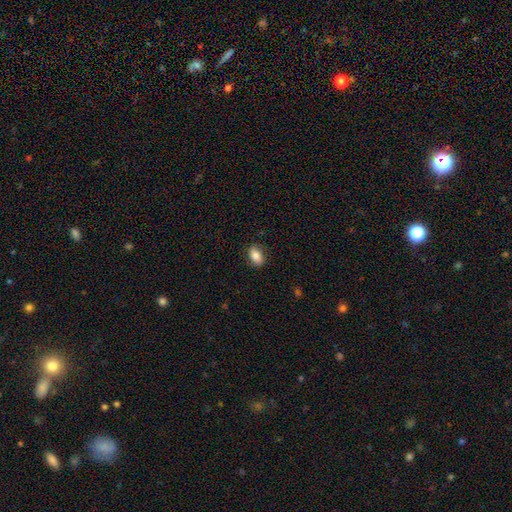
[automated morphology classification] A smooth galaxy with no disk features (81%) that is in between round and cigar-shaped (86%). Merging: none (84%).